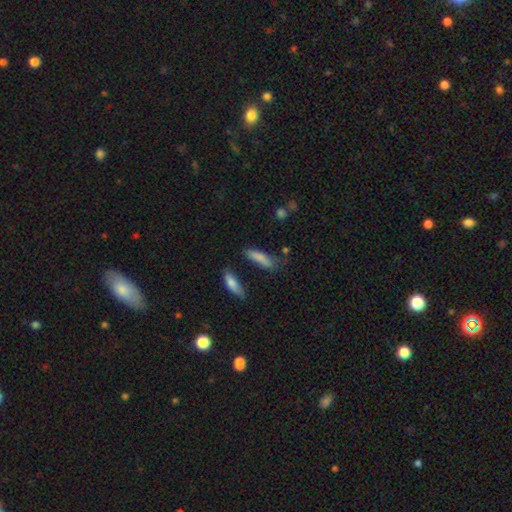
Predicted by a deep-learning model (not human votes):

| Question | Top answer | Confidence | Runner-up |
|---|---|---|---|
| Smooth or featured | smooth | 79% | featured or disk (12%) |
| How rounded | cigar-shaped | 66% | in between (32%) |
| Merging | none | 57% | minor disturbance (25%) |